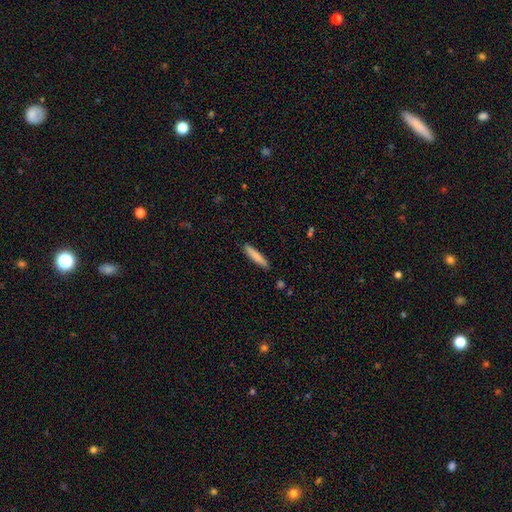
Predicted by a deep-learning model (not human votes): Q: Smooth or featured?
A: smooth (83%); runner-up: featured or disk (12%)
Q: How rounded?
A: cigar-shaped (88%); runner-up: in between (11%)
Q: Merging?
A: none (88%); runner-up: minor disturbance (9%)